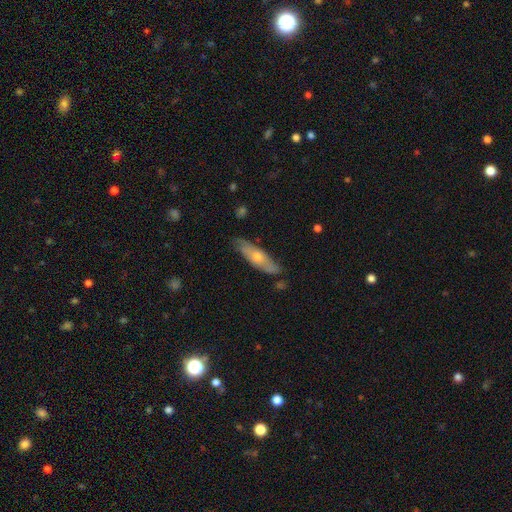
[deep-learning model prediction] Smooth or featured: featured or disk — 52% (smooth — 42%)
Edge-on disk: yes — 56% (no — 44%)
Merging: none — 78% (minor disturbance — 18%)